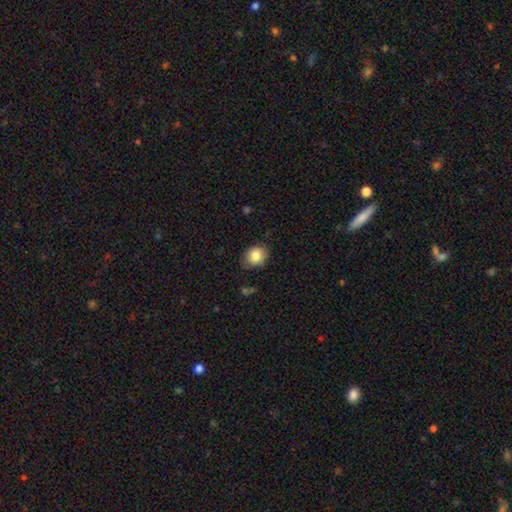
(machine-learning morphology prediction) The model was most divided on "how rounded": round: 57%, in between: 42%, cigar-shaped: 1%. More confident: smooth or featured — smooth (83%); merging — none (79%).